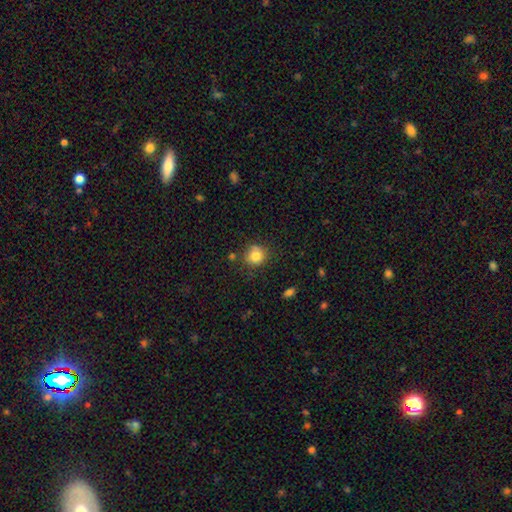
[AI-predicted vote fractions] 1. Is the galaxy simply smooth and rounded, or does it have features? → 83% smooth, 10% star or artifact, 7% featured or disk.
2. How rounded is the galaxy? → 86% round, 13% in between, 1% cigar-shaped.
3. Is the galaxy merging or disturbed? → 75% none, 16% minor disturbance, 4% merger, 4% major disturbance.